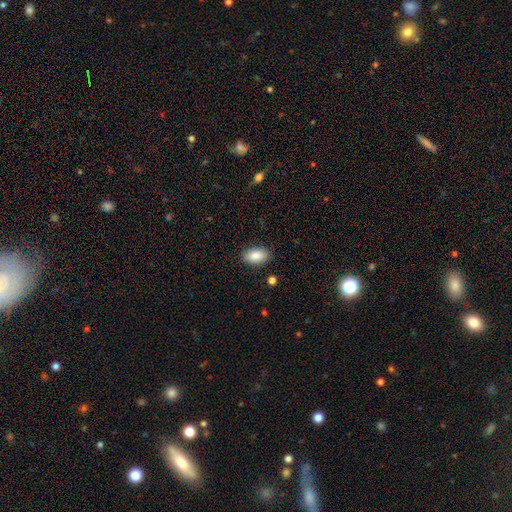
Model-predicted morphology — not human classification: Smooth or featured: smooth — 87% (star or artifact — 7%)
How rounded: in between — 93% (round — 5%)
Merging: none — 88% (minor disturbance — 9%)